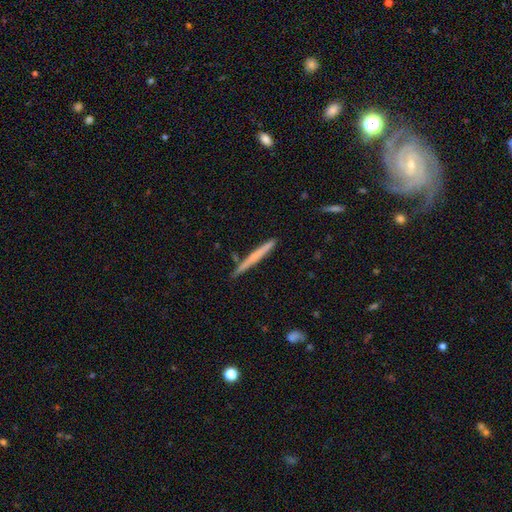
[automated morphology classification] A smooth galaxy with no disk features (54%) that is cigar-shaped (97%). Merging: none (87%).